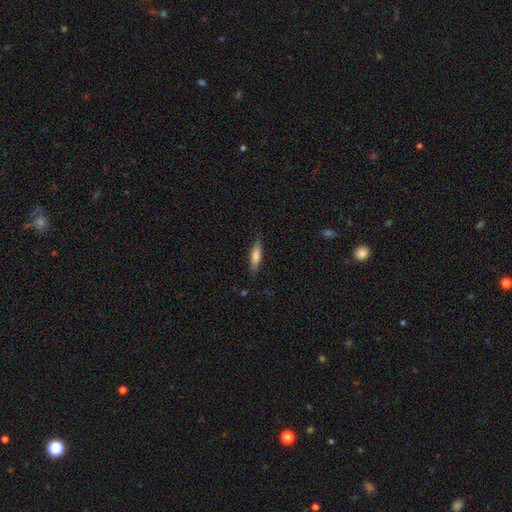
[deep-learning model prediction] Smooth or featured: smooth — 70% (featured or disk — 23%)
How rounded: cigar-shaped — 70% (in between — 28%)
Merging: none — 83% (minor disturbance — 13%)